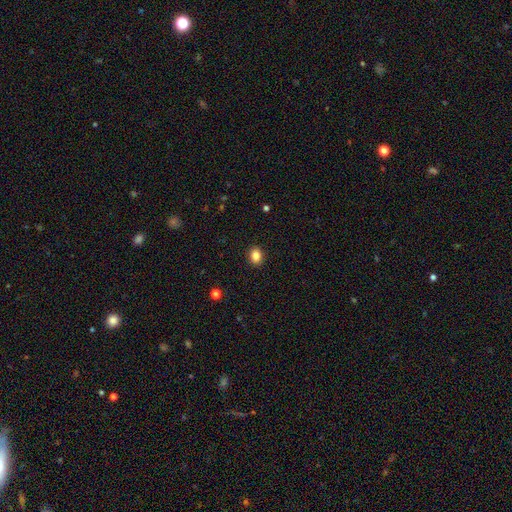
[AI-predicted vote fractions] A smooth galaxy with no disk features (86%) that is in between round and cigar-shaped (56%).

Vote fractions:
- Smooth or featured? smooth: 86% / star or artifact: 10% / featured or disk: 4%
- How rounded? in between: 56% / round: 43% / cigar-shaped: 1%
- Merging? none: 91% / minor disturbance: 6% / major disturbance: 2% / merger: 1%